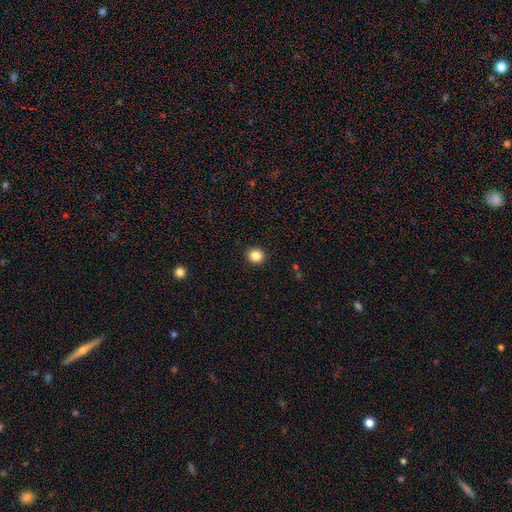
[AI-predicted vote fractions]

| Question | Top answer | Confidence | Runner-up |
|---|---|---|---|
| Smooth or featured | smooth | 85% | star or artifact (11%) |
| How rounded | round | 87% | in between (12%) |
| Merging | none | 92% | minor disturbance (5%) |